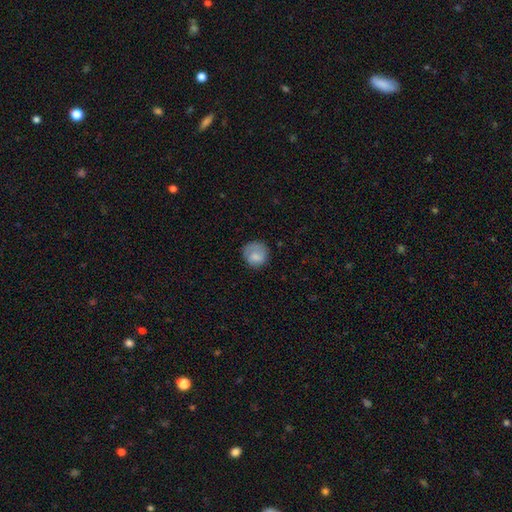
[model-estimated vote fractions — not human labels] Smooth or featured? Predicted: smooth (p=0.74). How rounded? Predicted: round (p=0.85). Merging? Predicted: none (p=0.67).